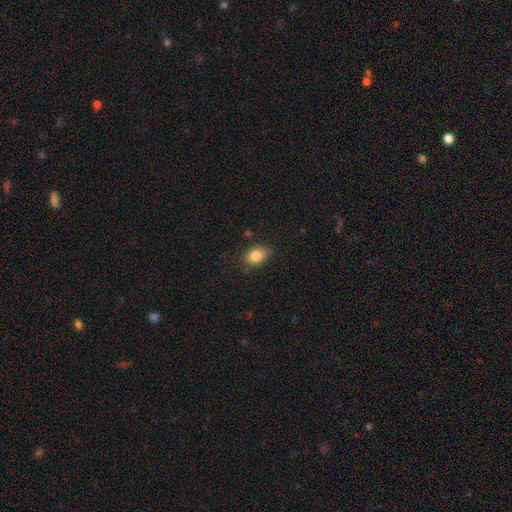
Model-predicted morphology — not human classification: Smooth or featured? smooth (83%)
How rounded? in between (64%)
Merging? none (74%)